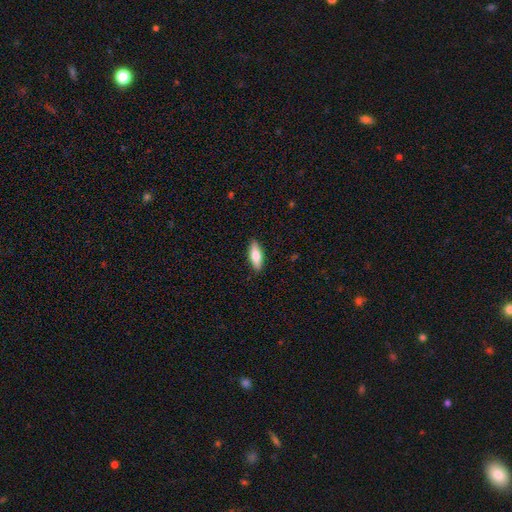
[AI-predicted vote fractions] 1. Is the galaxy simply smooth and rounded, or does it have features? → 73% smooth, 21% featured or disk, 6% star or artifact.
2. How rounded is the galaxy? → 65% in between, 32% cigar-shaped, 2% round.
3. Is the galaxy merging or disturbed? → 88% none, 9% minor disturbance, 2% major disturbance, 1% merger.